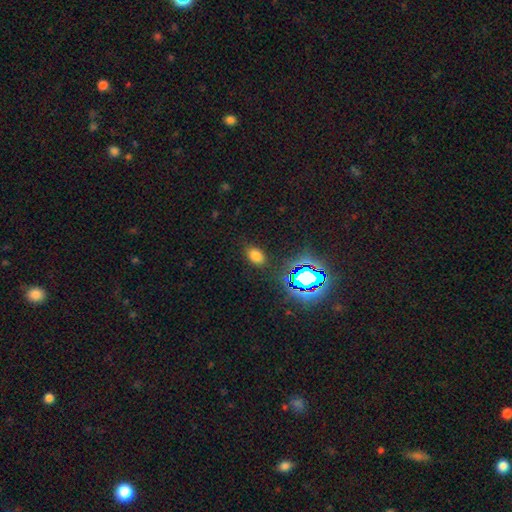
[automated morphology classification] type=smooth (69%); roundness=in between (80%); merging=none (84%).